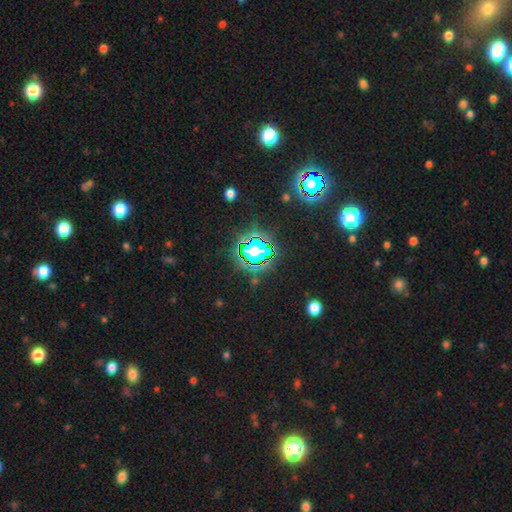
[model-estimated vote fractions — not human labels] This is likely a star or artifact rather than a galaxy (78%).